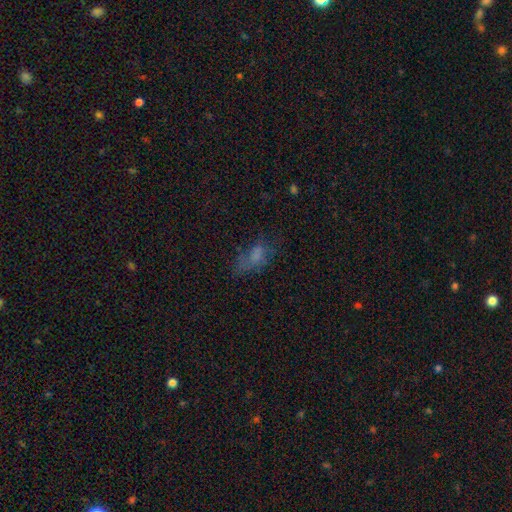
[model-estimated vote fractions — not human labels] Smooth or featured? smooth (56%)
How rounded? in between (79%)
Merging? none (43%)